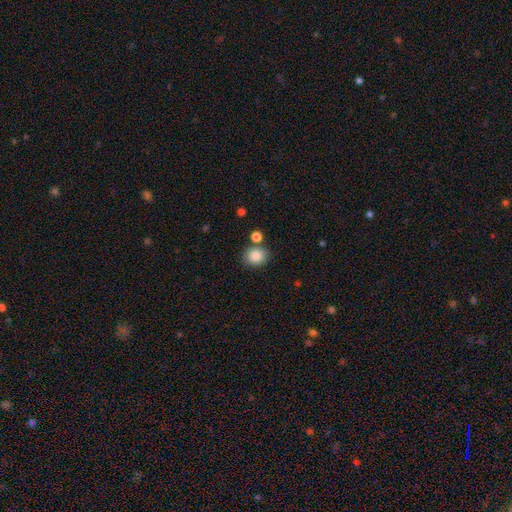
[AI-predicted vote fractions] The model was most divided on "how rounded": round: 64%, in between: 35%, cigar-shaped: 1%. More confident: smooth or featured — smooth (86%); merging — none (77%).